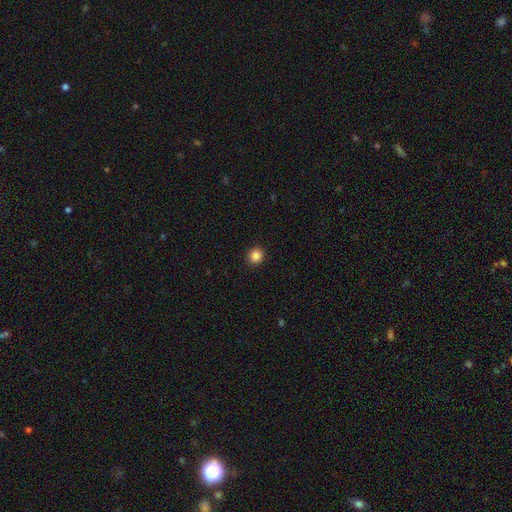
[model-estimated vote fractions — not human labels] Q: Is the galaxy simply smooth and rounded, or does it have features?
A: smooth — 86%.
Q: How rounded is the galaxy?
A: round — 88%.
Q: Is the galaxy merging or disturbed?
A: none — 93%.